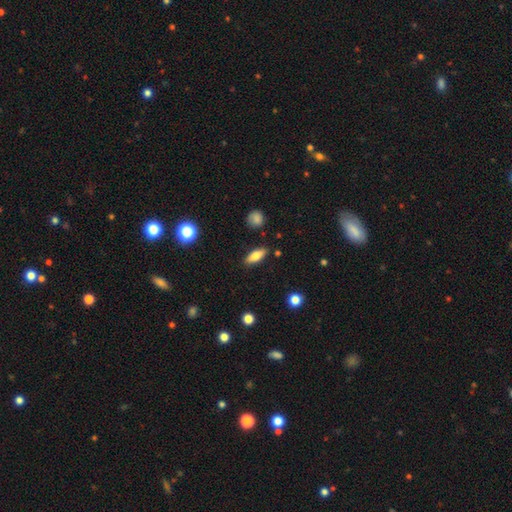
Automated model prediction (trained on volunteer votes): The model was most divided on "how rounded": in between: 68%, cigar-shaped: 29%, round: 3%. More confident: merging — none (86%); smooth or featured — smooth (75%).